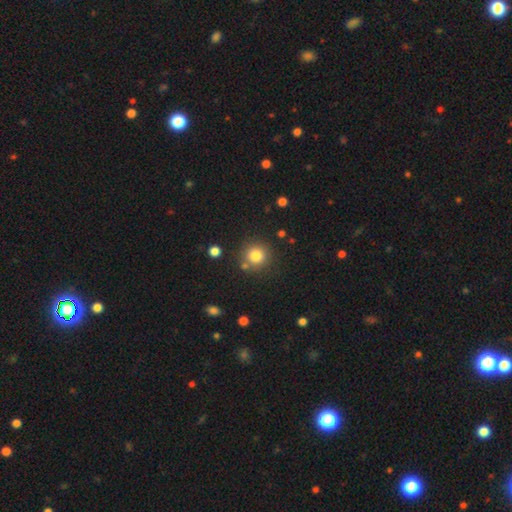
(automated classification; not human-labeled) The model was most divided on "smooth or featured": smooth: 81%, star or artifact: 12%, featured or disk: 7%. More confident: how rounded — round (93%); merging — none (80%).